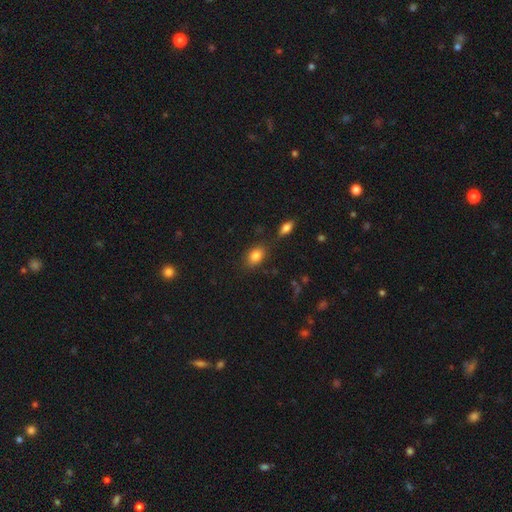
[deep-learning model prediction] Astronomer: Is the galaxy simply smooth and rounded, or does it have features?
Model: smooth — 83%.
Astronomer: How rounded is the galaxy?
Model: in between — 80%.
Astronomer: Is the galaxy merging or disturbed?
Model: none — 78%.